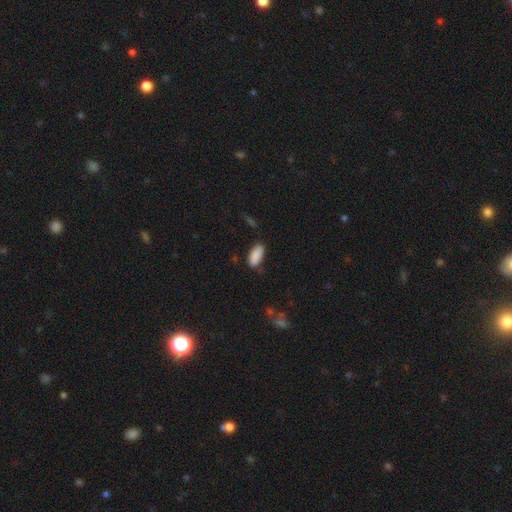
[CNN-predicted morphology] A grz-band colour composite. It shows a smooth galaxy with no disk features (89%) that is in between round and cigar-shaped (85%). Merging: none (76%).